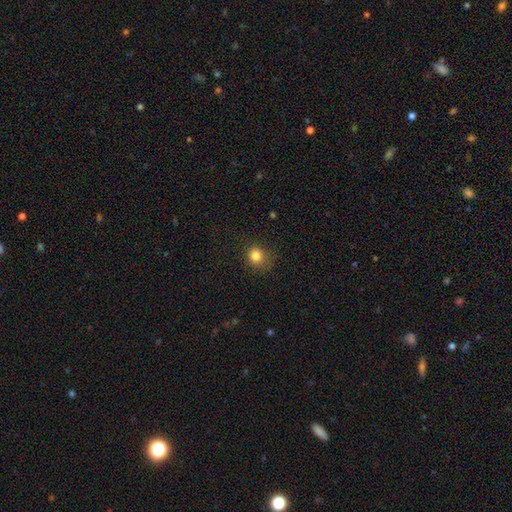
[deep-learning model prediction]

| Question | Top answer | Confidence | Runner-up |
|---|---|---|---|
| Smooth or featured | smooth | 82% | star or artifact (13%) |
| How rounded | round | 85% | in between (14%) |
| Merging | none | 80% | minor disturbance (14%) |